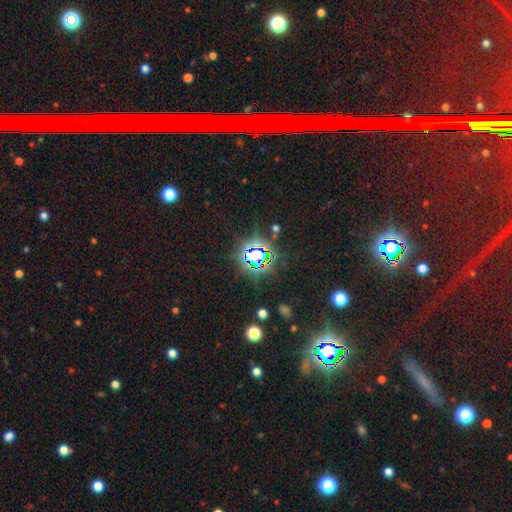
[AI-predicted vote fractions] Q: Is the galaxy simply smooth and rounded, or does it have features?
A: star or artifact — 73%.